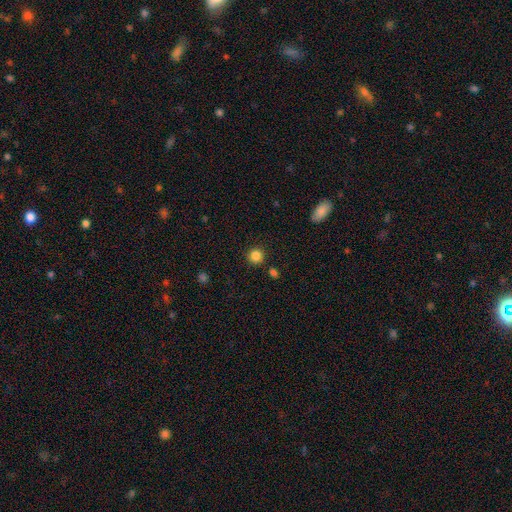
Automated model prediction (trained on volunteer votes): This appears to be a smooth galaxy with no disk features (85%) that is round (93%). Merging: none (88%).